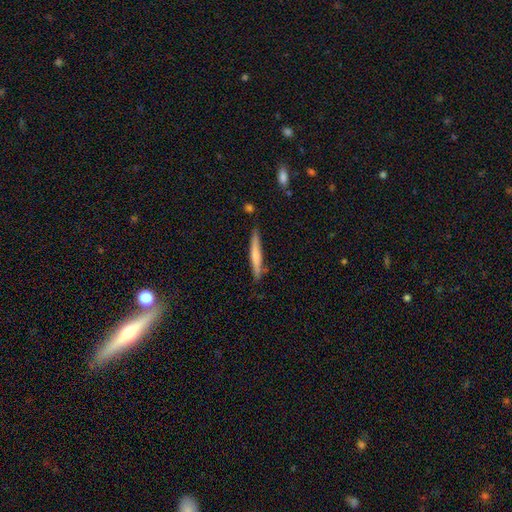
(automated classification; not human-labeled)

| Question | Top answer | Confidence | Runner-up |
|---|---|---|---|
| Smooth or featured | smooth | 56% | featured or disk (38%) |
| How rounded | cigar-shaped | 95% | in between (4%) |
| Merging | none | 83% | minor disturbance (13%) |